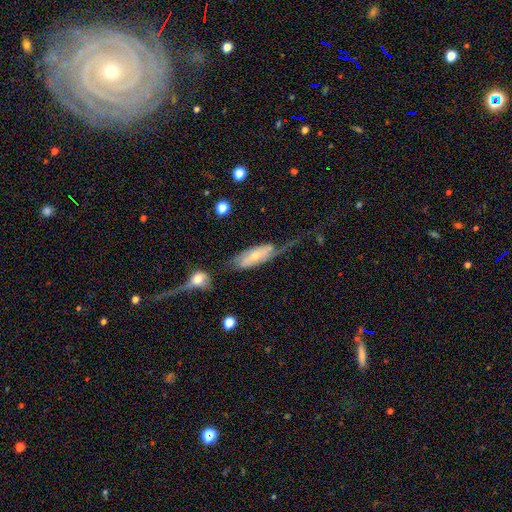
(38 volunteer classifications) Smooth or featured: featured or disk — 68% (smooth — 24%)
Edge-on disk: no — 92% (yes — 8%)
Bar: weak — 46% (no — 33%)
Spiral arms: yes — 83% (no — 17%)
Spiral winding: medium — 45% (tight — 30%)
Spiral arm count: 2 — 55% (can't tell — 25%)
Bulge size: moderate — 75% (small — 17%)
Merging: none — 34% (major disturbance — 31%)